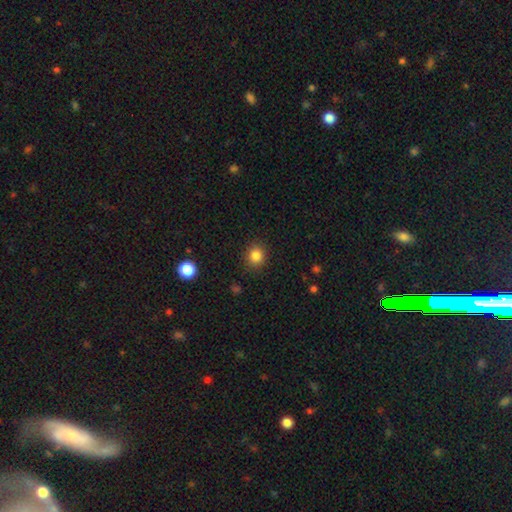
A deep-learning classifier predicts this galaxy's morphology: This is clearly a smooth galaxy (84%). How rounded: clearly round (82%). Merging: clearly none (89%).